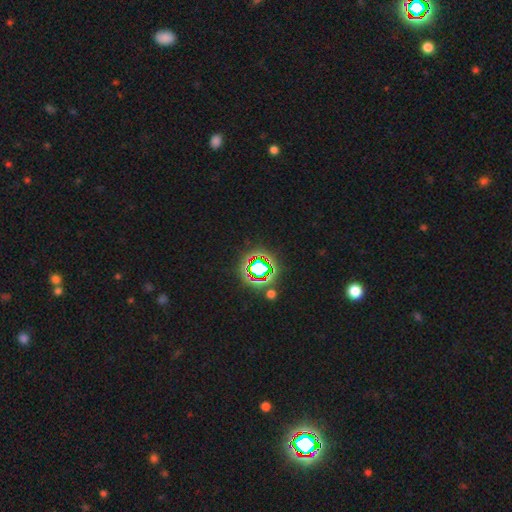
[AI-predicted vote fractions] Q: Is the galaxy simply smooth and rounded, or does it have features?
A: star or artifact — 79%.